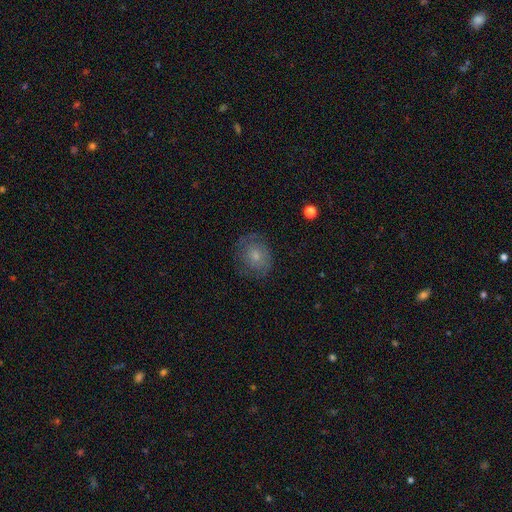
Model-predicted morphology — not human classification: Overall: smooth (51%; featured or disk 39%). How rounded: round (62%; in between 37%). Merging: none (73%).